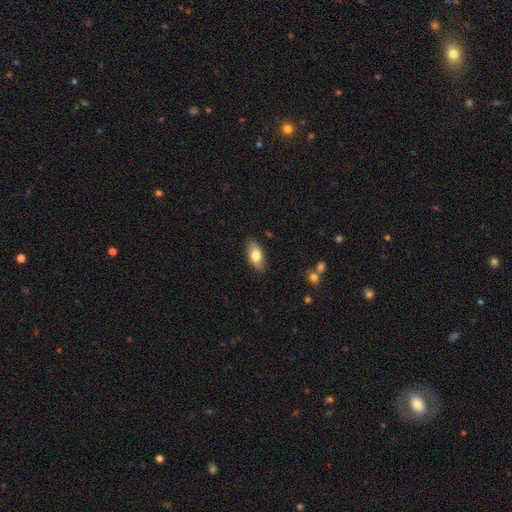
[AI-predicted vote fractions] Morphology: type=smooth (73%); roundness=in between (91%); merging=none (84%).